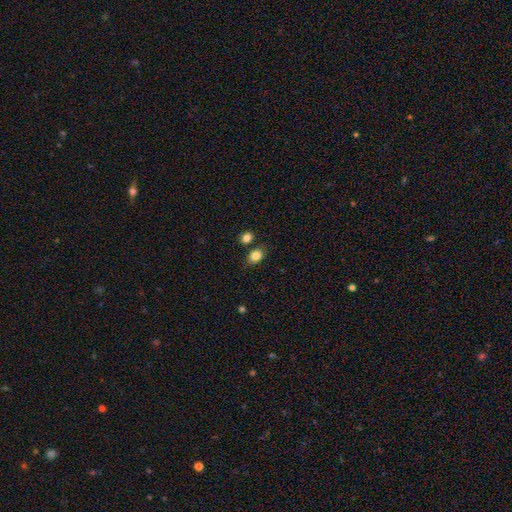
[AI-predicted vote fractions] A smooth galaxy with no disk features (84%) that is in between round and cigar-shaped (63%). Merging: none (75%).